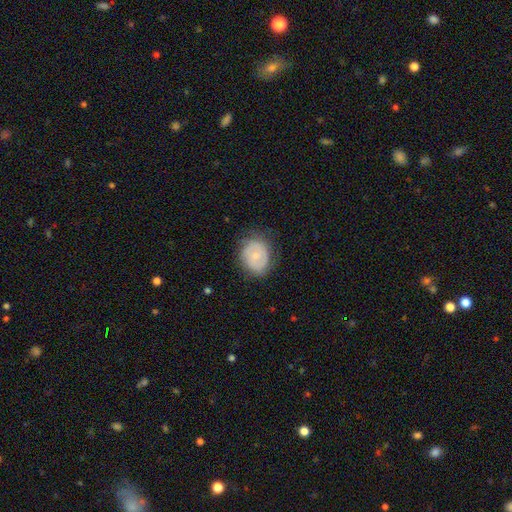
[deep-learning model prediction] This is possibly a smooth galaxy (56%). How rounded: likely round (62%). Merging: likely none (70%).